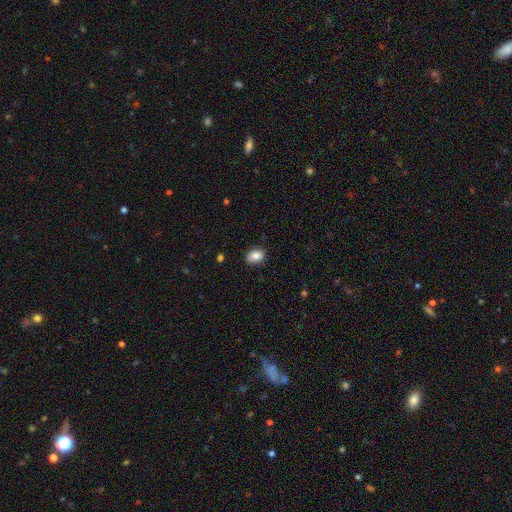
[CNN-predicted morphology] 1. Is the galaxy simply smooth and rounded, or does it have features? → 85% smooth, 8% star or artifact, 7% featured or disk.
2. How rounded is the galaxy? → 72% in between, 27% round, 1% cigar-shaped.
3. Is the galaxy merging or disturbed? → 86% none, 11% minor disturbance, 2% major disturbance, 1% merger.